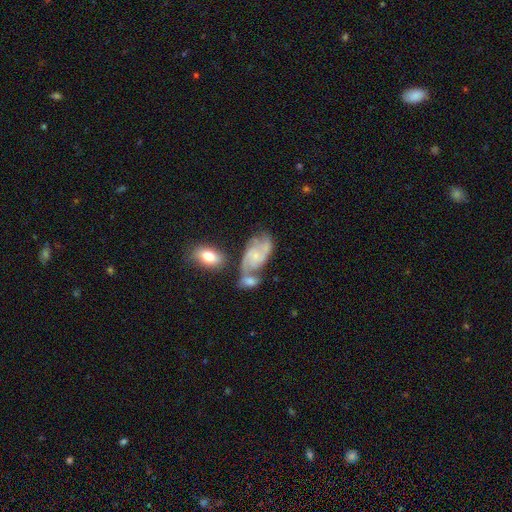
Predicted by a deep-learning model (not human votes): Smooth or featured? Predicted: featured or disk (p=0.78). Edge-on disk? Predicted: no (p=0.96). Bar? Predicted: no (p=0.69). Spiral arms? Predicted: yes (p=0.93). Spiral winding? Predicted: medium (p=0.49). Spiral arm count? Predicted: 2 (p=0.69). Bulge size? Predicted: small (p=0.69). Merging? Predicted: none (p=0.40).